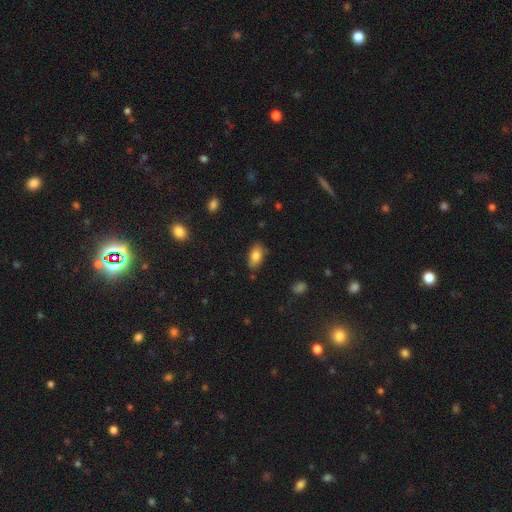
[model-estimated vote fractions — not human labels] Smooth or featured?
  - smooth: 81% *
  - featured or disk: 11%
  - star or artifact: 8%
How rounded?
  - in between: 91% *
  - round: 6%
  - cigar-shaped: 3%
Merging?
  - none: 79% *
  - minor disturbance: 16%
  - major disturbance: 3%
  - merger: 2%